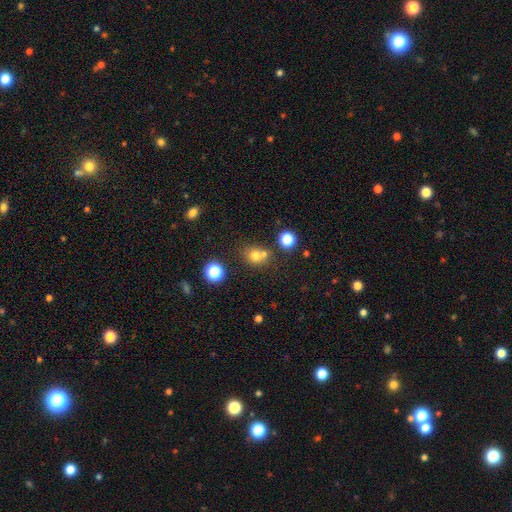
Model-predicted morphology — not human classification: Smooth or featured? smooth (73%)
How rounded? round (74%)
Merging? none (53%)